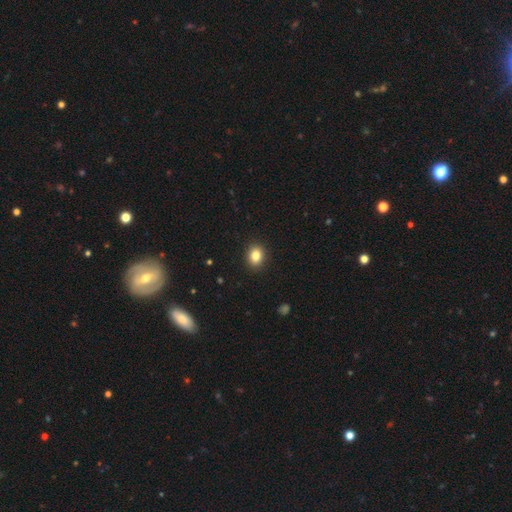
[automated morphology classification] Smooth or featured? Predicted: smooth (p=0.85). How rounded? Predicted: round (p=0.51). Merging? Predicted: none (p=0.91).